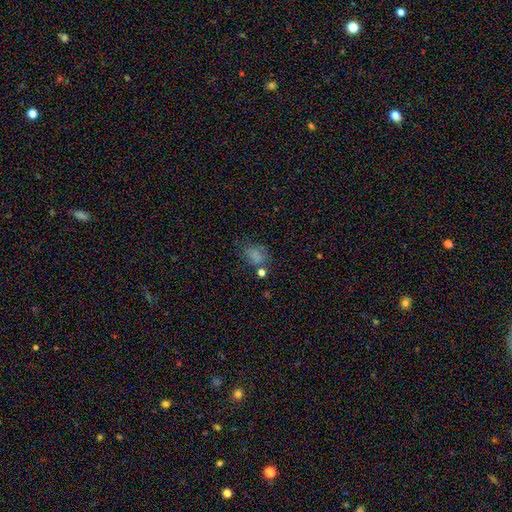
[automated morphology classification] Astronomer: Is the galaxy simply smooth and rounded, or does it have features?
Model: smooth — 72%.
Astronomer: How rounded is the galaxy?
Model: in between — 65%.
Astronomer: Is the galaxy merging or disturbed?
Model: none — 53%.